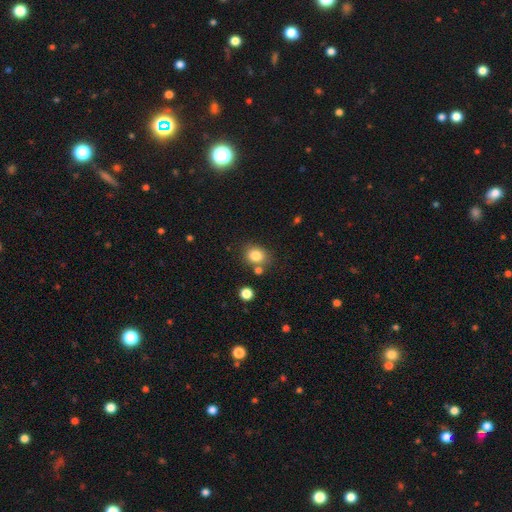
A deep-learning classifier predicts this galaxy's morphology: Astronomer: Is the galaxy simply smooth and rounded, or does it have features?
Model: smooth — 82%.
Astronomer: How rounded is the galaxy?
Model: round — 63%.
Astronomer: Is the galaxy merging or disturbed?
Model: none — 72%.